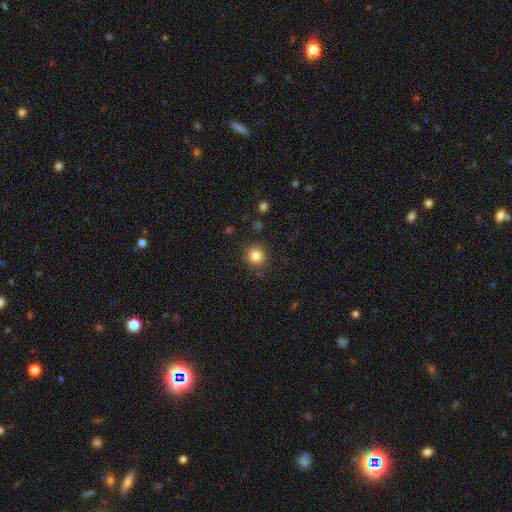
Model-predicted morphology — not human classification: Q: Smooth or featured?
A: smooth (83%); runner-up: star or artifact (12%)
Q: How rounded?
A: round (91%); runner-up: in between (8%)
Q: Merging?
A: none (86%); runner-up: minor disturbance (9%)